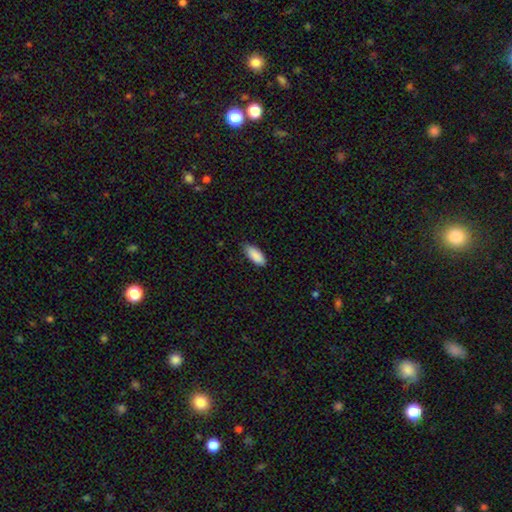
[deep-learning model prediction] Q: Smooth or featured?
A: smooth (90%); runner-up: star or artifact (6%)
Q: How rounded?
A: in between (84%); runner-up: cigar-shaped (14%)
Q: Merging?
A: none (78%); runner-up: minor disturbance (19%)